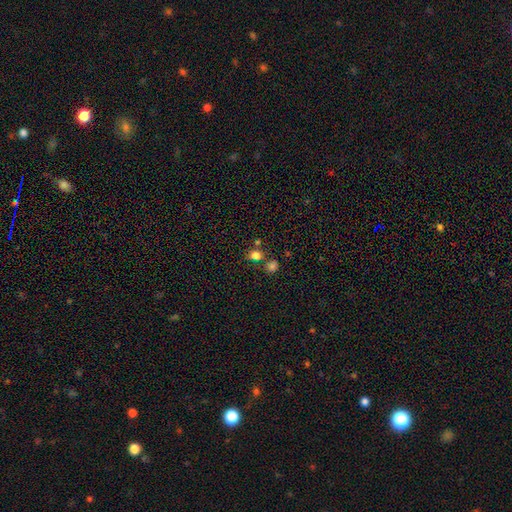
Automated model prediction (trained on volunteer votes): Smooth or featured?
  - smooth: 73% *
  - star or artifact: 20%
  - featured or disk: 7%
How rounded?
  - round: 74% *
  - in between: 25%
  - cigar-shaped: 1%
Merging?
  - none: 65% *
  - merger: 20%
  - minor disturbance: 11%
  - major disturbance: 5%